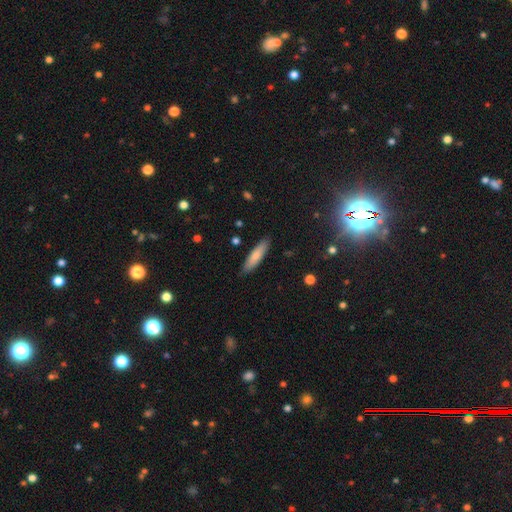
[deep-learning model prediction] Smooth or featured?
  - smooth: 78% *
  - featured or disk: 17%
  - star or artifact: 6%
How rounded?
  - cigar-shaped: 72% *
  - in between: 27%
  - round: 1%
Merging?
  - none: 87% *
  - minor disturbance: 10%
  - major disturbance: 2%
  - merger: 1%